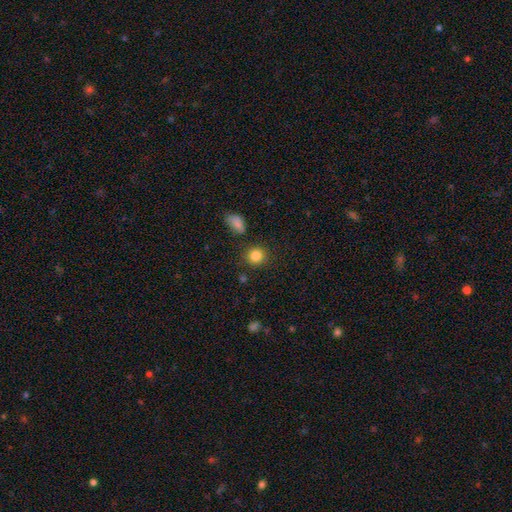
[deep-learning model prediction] Smooth or featured? smooth (85%)
How rounded? round (89%)
Merging? none (85%)